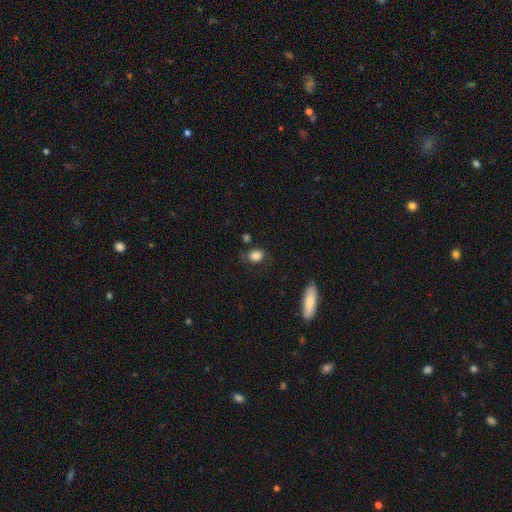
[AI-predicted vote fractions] A smooth galaxy with no disk features (82%) that is round (50%). Merging: none (65%).